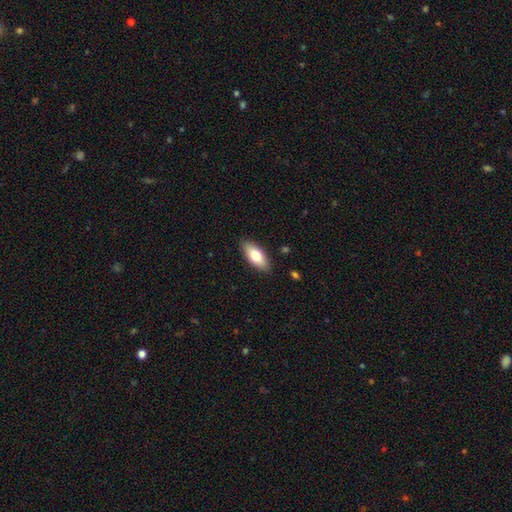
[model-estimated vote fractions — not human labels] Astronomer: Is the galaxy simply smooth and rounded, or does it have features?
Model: smooth — 76%.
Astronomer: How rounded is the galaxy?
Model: in between — 85%.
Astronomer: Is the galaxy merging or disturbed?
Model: none — 88%.